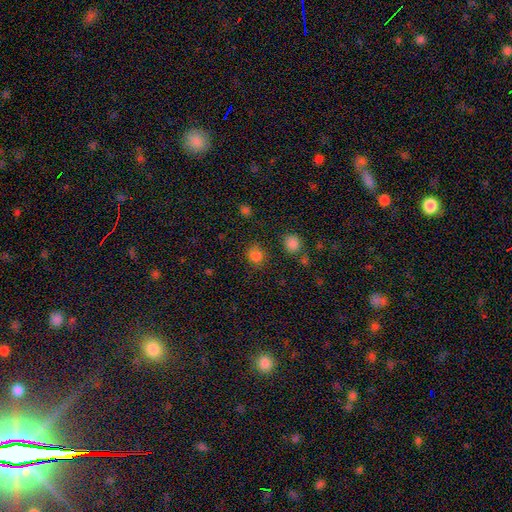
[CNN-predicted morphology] The model was most divided on "how rounded": round: 74%, in between: 25%, cigar-shaped: 1%. More confident: smooth or featured — smooth (78%); merging — none (72%).